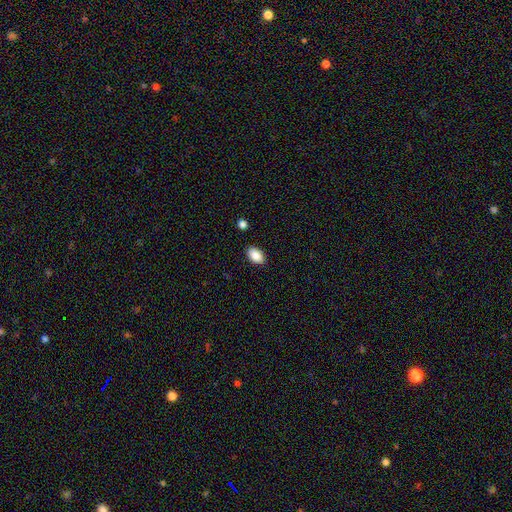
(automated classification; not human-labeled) This is clearly a smooth galaxy (88%). How rounded: clearly in between (92%). Merging: clearly none (87%).